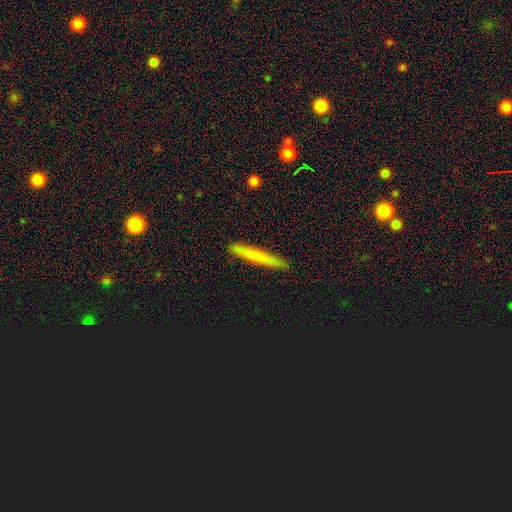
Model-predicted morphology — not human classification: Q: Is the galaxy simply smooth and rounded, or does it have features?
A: smooth — 69%.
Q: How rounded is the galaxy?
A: cigar-shaped — 96%.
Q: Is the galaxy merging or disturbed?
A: none — 91%.